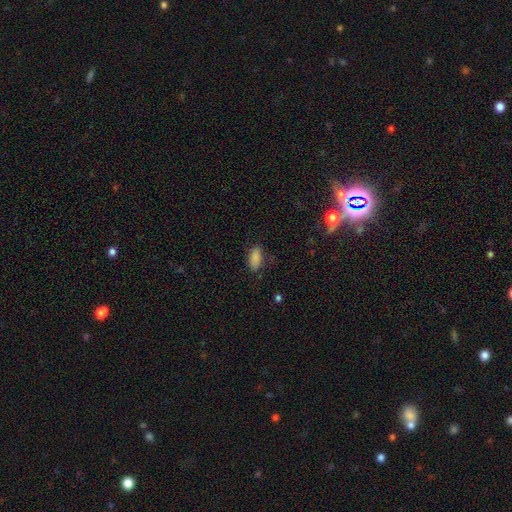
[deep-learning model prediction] A smooth galaxy with no disk features (85%) that is in between round and cigar-shaped (92%). Merging: none (78%).